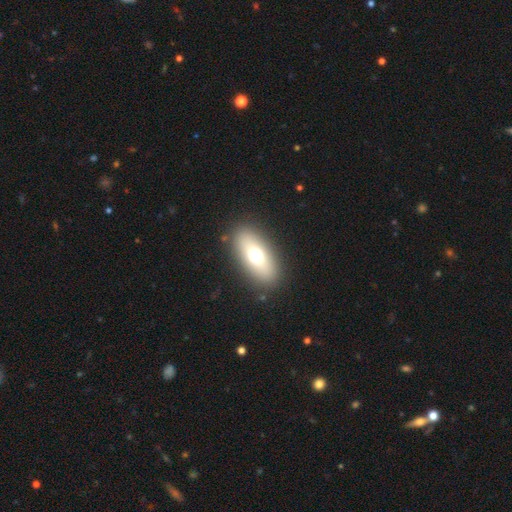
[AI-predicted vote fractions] smooth-or-featured: smooth: 65% | featured or disk: 25% | star or artifact: 10%
  how-rounded: in between: 82% | cigar-shaped: 11% | round: 7%
  merging: none: 87% | minor disturbance: 8% | major disturbance: 3% | merger: 1%